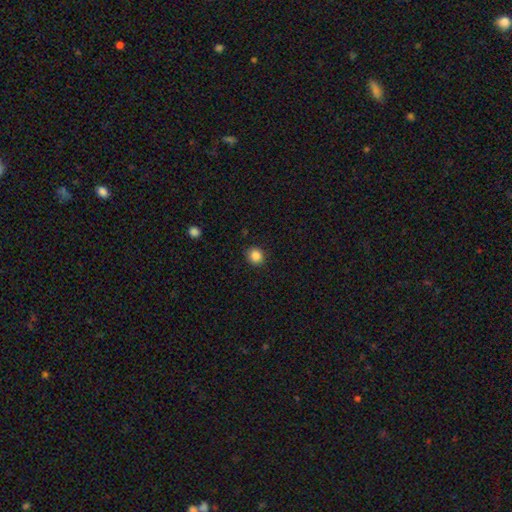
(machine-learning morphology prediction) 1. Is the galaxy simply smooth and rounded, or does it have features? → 86% smooth, 10% star or artifact, 4% featured or disk.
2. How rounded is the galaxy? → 84% round, 15% in between, 1% cigar-shaped.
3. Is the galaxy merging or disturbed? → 89% none, 7% minor disturbance, 2% major disturbance, 1% merger.